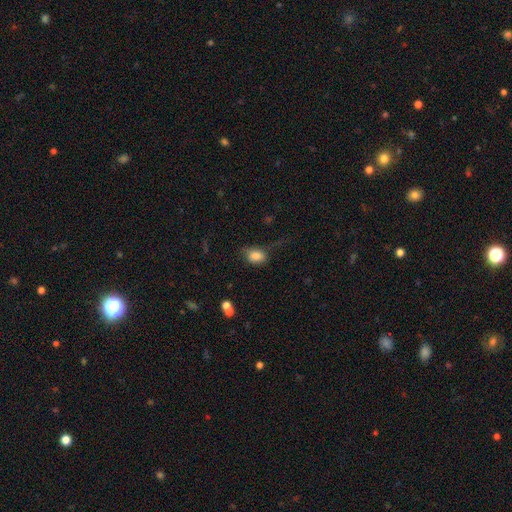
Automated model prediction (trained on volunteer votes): Smooth or featured?
  - smooth: 82% *
  - featured or disk: 9%
  - star or artifact: 9%
How rounded?
  - in between: 77% *
  - round: 22%
  - cigar-shaped: 1%
Merging?
  - none: 52% *
  - minor disturbance: 26%
  - major disturbance: 18%
  - merger: 3%